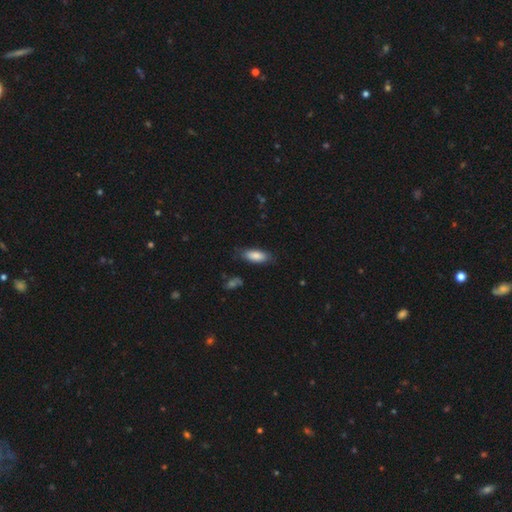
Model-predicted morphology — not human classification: A smooth galaxy with no disk features (84%) that is in between round and cigar-shaped (77%). Merging: none (79%).